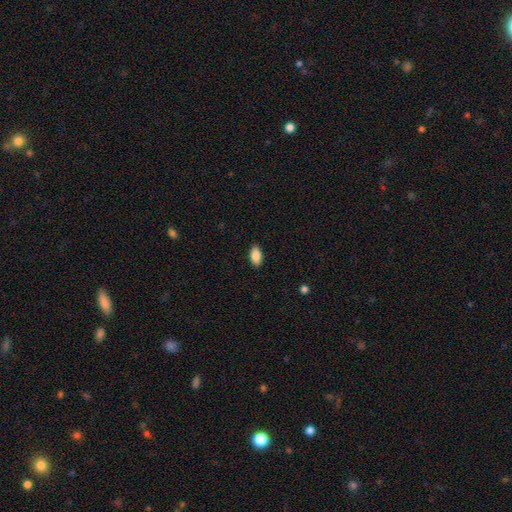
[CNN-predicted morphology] A smooth galaxy with no disk features (87%) that is in between round and cigar-shaped (92%). Merging: none (89%).